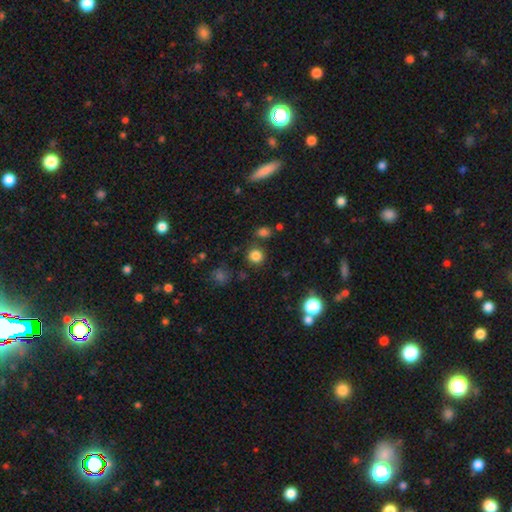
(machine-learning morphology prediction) smooth_or_featured: smooth (p=0.80) [alt: star or artifact p=0.16]
how_rounded: round (p=0.89) [alt: in between p=0.10]
merging: none (p=0.82) [alt: minor disturbance p=0.08]